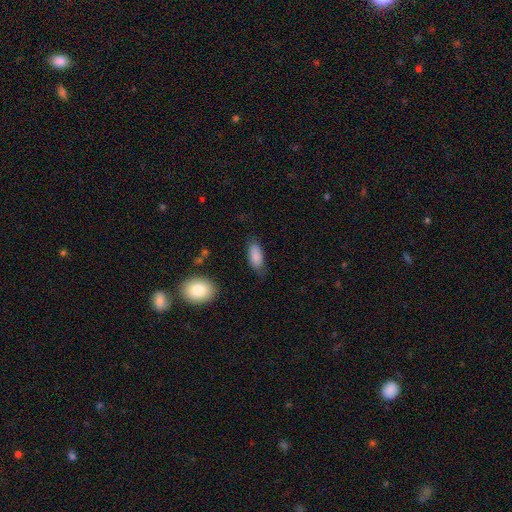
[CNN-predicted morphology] A smooth galaxy with no disk features (87%) that is in between round and cigar-shaped (85%). Merging: none (74%).